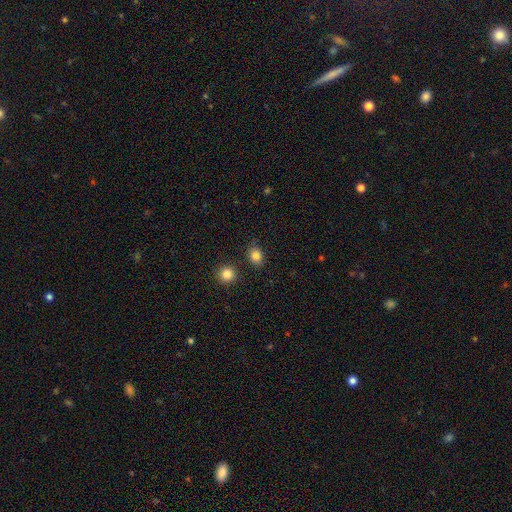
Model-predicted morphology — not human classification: A smooth galaxy with no disk features (83%) that is in between round and cigar-shaped (52%).

Vote fractions:
- Smooth or featured? smooth: 83% / star or artifact: 11% / featured or disk: 6%
- How rounded? in between: 52% / round: 47% / cigar-shaped: 1%
- Merging? none: 83% / minor disturbance: 11% / merger: 4% / major disturbance: 3%